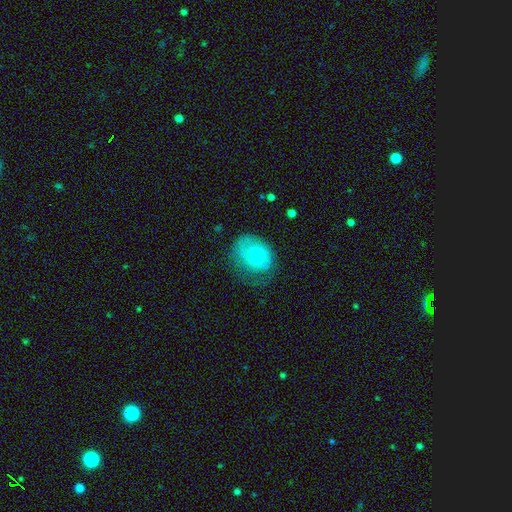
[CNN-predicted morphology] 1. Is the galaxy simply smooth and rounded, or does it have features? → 56% featured or disk, 37% smooth, 7% star or artifact.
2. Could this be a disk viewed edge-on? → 97% no, 3% yes.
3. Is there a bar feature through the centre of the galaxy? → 76% no, 21% weak, 3% strong.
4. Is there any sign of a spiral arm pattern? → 84% yes, 16% no.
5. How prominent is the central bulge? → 68% small, 26% moderate, 3% none, 2% large, 1% dominant.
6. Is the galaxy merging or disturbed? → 56% none, 27% minor disturbance, 16% major disturbance, 1% merger.